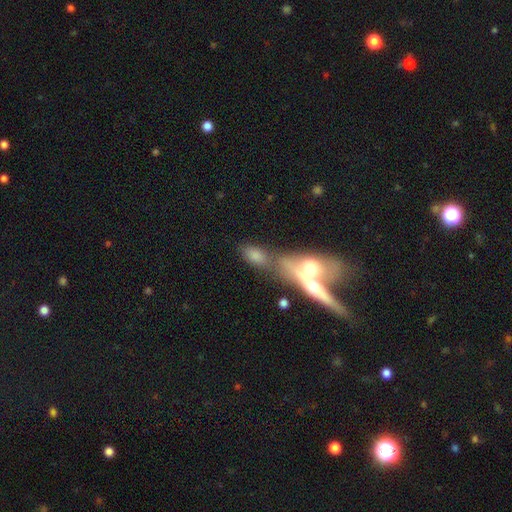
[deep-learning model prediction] A smooth galaxy with no disk features (55%) that is in between round and cigar-shaped (68%).

Vote fractions:
- Smooth or featured? smooth: 55% / featured or disk: 34% / star or artifact: 12%
- How rounded? in between: 68% / cigar-shaped: 21% / round: 10%
- Merging? merger: 50% / none: 30% / minor disturbance: 11% / major disturbance: 9%